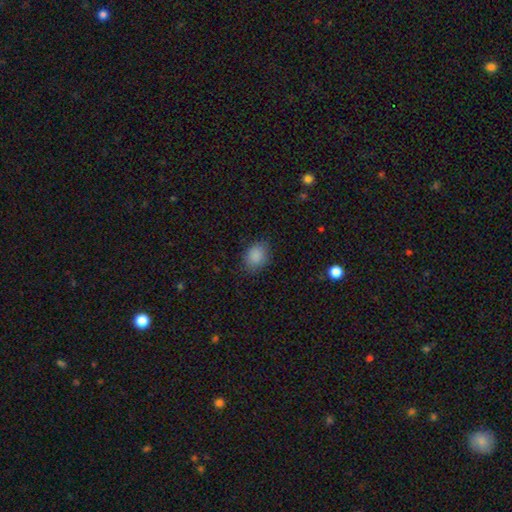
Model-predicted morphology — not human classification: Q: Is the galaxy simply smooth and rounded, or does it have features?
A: smooth — 87%.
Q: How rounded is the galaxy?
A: in between — 60%.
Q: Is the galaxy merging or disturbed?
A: none — 81%.